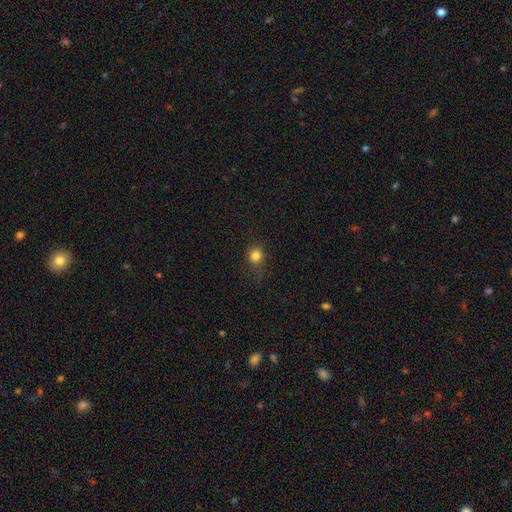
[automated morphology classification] Overall: smooth (81%). How rounded: round (89%). Merging: none (80%).